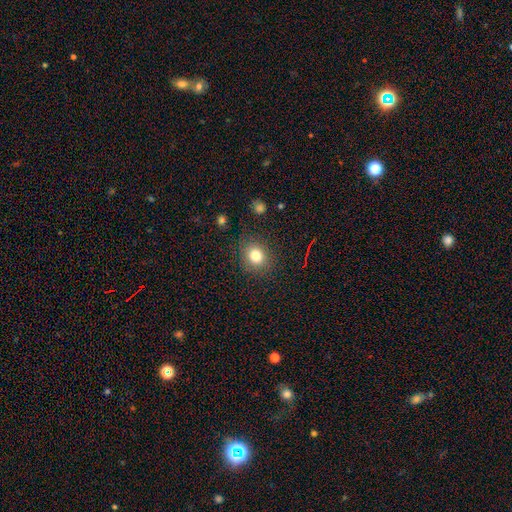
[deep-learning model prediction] smooth_or_featured: smooth (p=0.80) [alt: star or artifact p=0.13]
how_rounded: round (p=0.72) [alt: in between p=0.27]
merging: none (p=0.85) [alt: minor disturbance p=0.10]